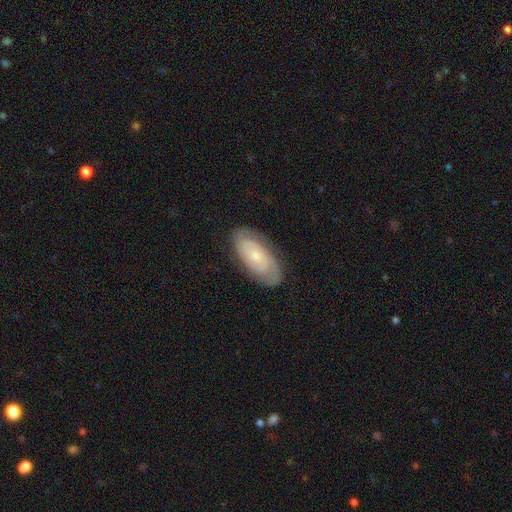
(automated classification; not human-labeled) smooth-or-featured: featured or disk: 75% | smooth: 19% | star or artifact: 6%
  disk-edge-on: no: 94% | yes: 6%
    bar: no: 74% | weak: 21% | strong: 5%
    has-spiral-arms: yes: 92% | no: 8%
      spiral-winding: tight: 67% | medium: 26% | loose: 7%
      spiral-arm-count: 2: 67% | can't tell: 21% | 3: 5% | 1: 3% | 4: 2% | more than 4: 2%
    bulge-size: small: 71% | moderate: 23% | none: 3% | large: 2% | dominant: 1%
  merging: none: 81% | minor disturbance: 14% | major disturbance: 4% | merger: 1%